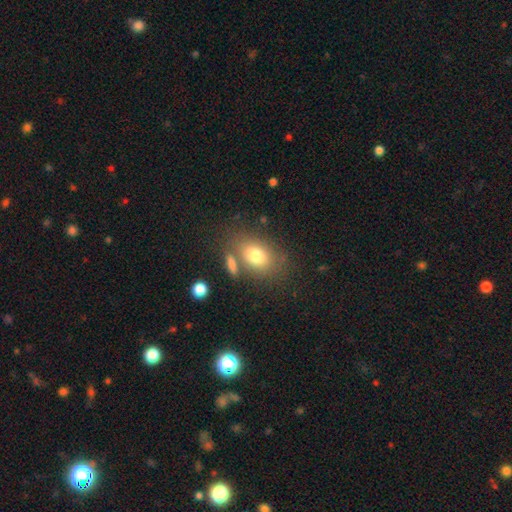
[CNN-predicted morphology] Q: Smooth or featured?
A: smooth (76%); runner-up: featured or disk (14%)
Q: How rounded?
A: in between (77%); runner-up: round (21%)
Q: Merging?
A: none (65%); runner-up: merger (15%)